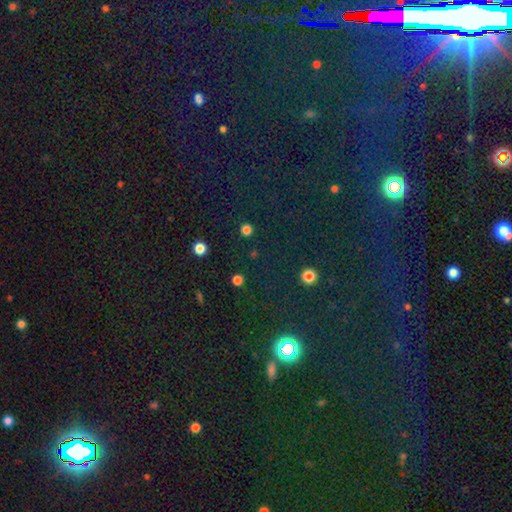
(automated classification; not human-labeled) This appears to be a star or artifact, not a galaxy (78%).